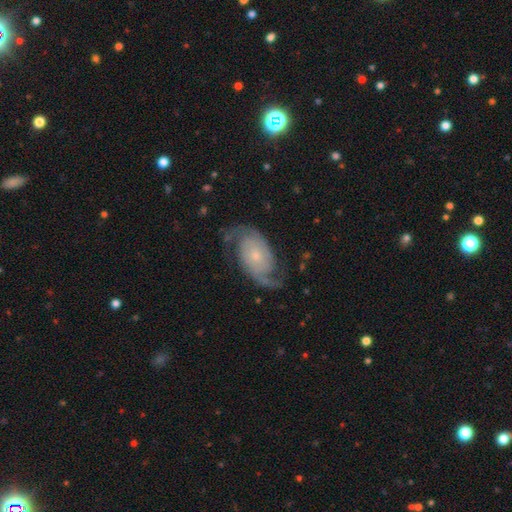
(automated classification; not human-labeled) This is clearly a featured or disk galaxy (88%). It is clearly not viewed edge-on (97%). Bar: likely no (73%). Spiral arm pattern: clearly yes (97%). Spiral arm count: clearly 2 (92%). Spiral winding: possibly medium (45%). Central bulge: likely small (68%). Merging: likely none (75%).